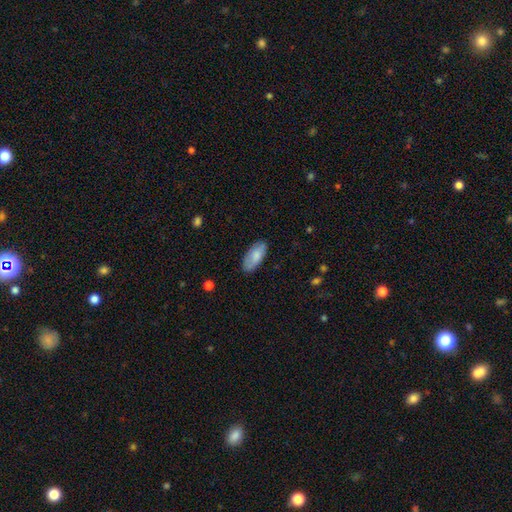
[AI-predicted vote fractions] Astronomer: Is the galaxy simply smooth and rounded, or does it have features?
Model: smooth — 82%.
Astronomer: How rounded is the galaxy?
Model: in between — 89%.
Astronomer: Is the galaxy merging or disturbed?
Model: none — 81%.